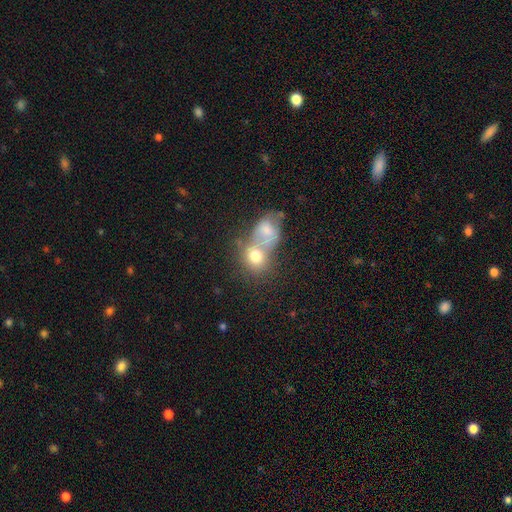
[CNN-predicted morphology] Overall: smooth (69%). How rounded: round (58%; in between 41%). Merging: merger (62%; none 25%).